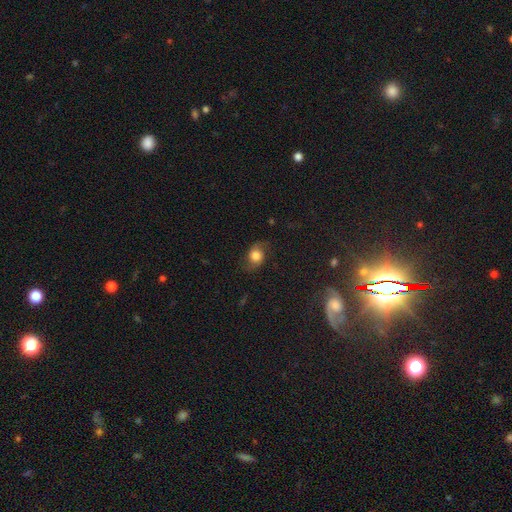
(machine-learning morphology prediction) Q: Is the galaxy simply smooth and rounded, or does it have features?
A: smooth — 67%.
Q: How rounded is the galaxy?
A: in between — 52%.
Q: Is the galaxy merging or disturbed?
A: none — 69%.